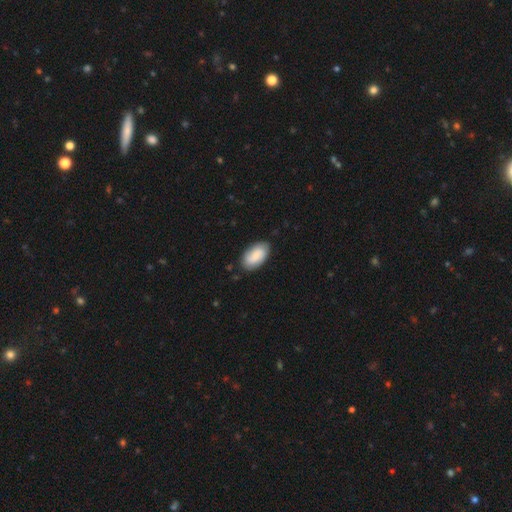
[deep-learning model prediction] Smooth or featured?
  - smooth: 73% *
  - featured or disk: 20%
  - star or artifact: 6%
How rounded?
  - in between: 94% *
  - round: 3%
  - cigar-shaped: 2%
Merging?
  - none: 82% *
  - minor disturbance: 14%
  - major disturbance: 3%
  - merger: 1%